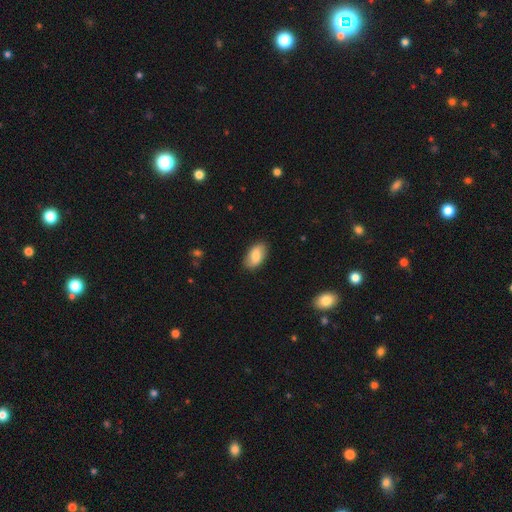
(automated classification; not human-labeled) smooth 79%, featured or disk 14%, star or artifact 7%. Down the decision tree: how rounded — in between (94%); merging — none (84%).